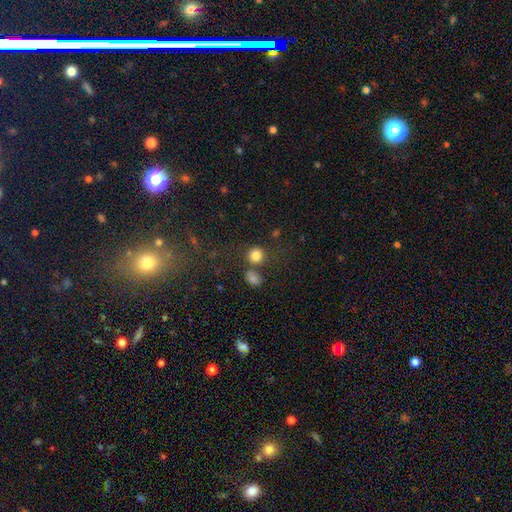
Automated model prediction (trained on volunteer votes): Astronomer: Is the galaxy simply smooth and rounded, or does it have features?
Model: smooth — 82%.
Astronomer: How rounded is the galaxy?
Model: round — 87%.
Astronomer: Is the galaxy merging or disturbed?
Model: none — 69%.